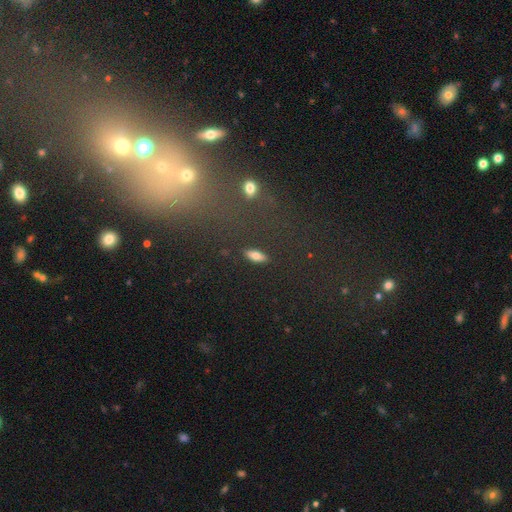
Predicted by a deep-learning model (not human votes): Overall: smooth (76%). How rounded: in between (70%). Merging: none (89%).